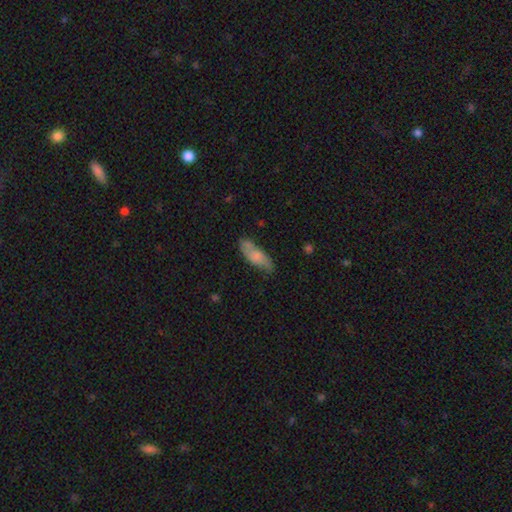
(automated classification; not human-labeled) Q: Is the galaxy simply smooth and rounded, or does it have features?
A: smooth — 67%.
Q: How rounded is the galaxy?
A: in between — 64%.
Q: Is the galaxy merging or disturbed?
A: none — 67%.